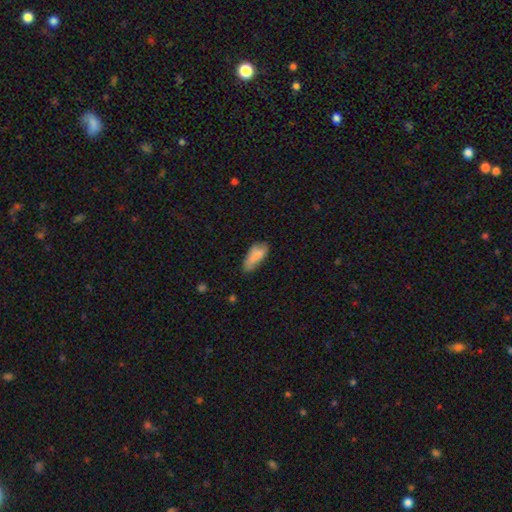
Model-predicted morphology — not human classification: A smooth galaxy with no disk features (80%) that is in between round and cigar-shaped (82%). Merging: none (54%).